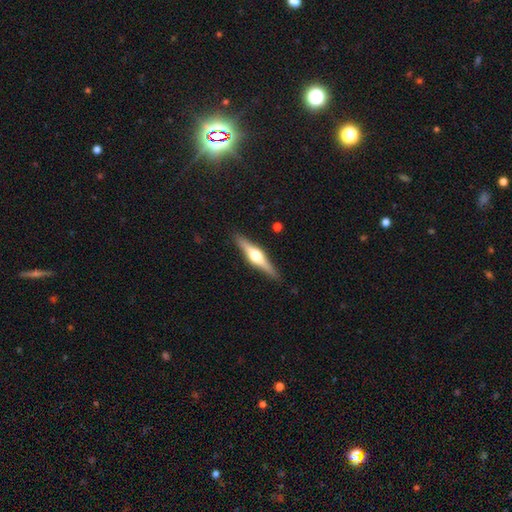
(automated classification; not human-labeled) smooth-or-featured: featured or disk: 73% | smooth: 22% | star or artifact: 5%
  disk-edge-on: yes: 98% | no: 2%
    edge-on-bulge: rounded: 94% | boxy: 4% | none: 2%
  merging: none: 90% | minor disturbance: 7% | major disturbance: 2% | merger: 1%